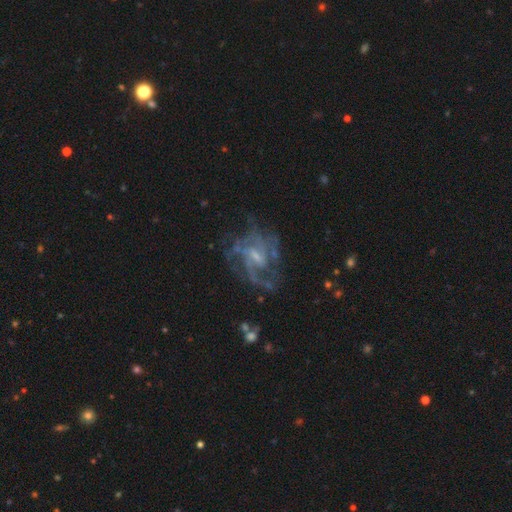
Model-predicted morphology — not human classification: Smooth or featured? Predicted: featured or disk (p=0.84). Edge-on disk? Predicted: no (p=0.97). Bar? Predicted: weak (p=0.56). Spiral arms? Predicted: yes (p=0.90). Spiral winding? Predicted: medium (p=0.48). Spiral arm count? Predicted: can't tell (p=0.31). Bulge size? Predicted: small (p=0.51). Merging? Predicted: none (p=0.60).